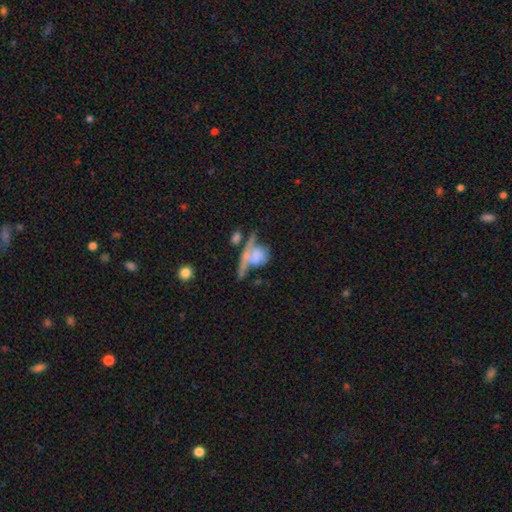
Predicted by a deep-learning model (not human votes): The model was most divided on "how rounded": in between: 50%, round: 43%, cigar-shaped: 7%. Remaining: smooth or featured — smooth (54%); merging — merger (41%).